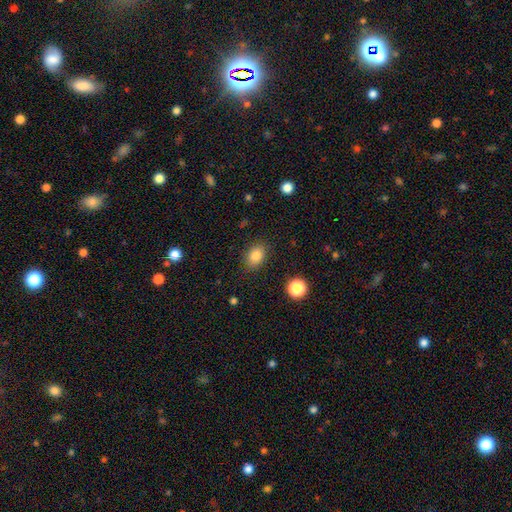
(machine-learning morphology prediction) Q: Smooth or featured?
A: smooth (84%); runner-up: star or artifact (10%)
Q: How rounded?
A: in between (72%); runner-up: round (27%)
Q: Merging?
A: none (84%); runner-up: minor disturbance (11%)